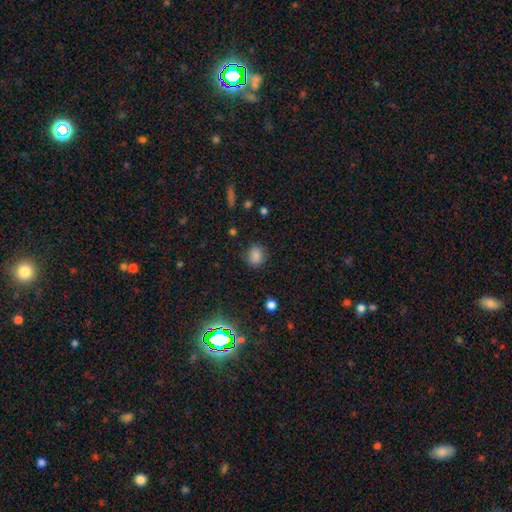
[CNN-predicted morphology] smooth_or_featured: smooth (p=0.83) [alt: star or artifact p=0.13]
how_rounded: in between (p=0.50) [alt: round p=0.49]
merging: none (p=0.81) [alt: minor disturbance p=0.14]